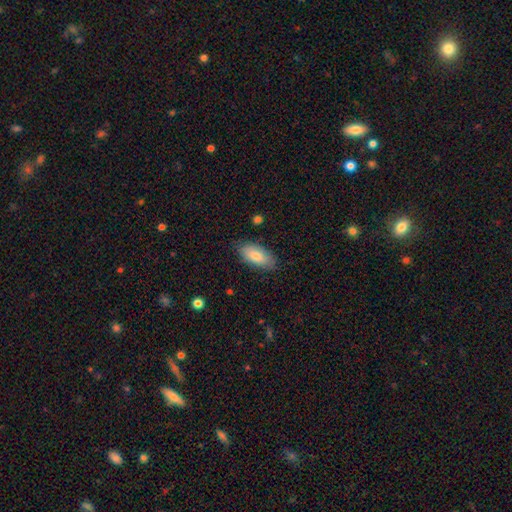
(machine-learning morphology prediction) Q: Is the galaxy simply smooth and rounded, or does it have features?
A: smooth — 80%.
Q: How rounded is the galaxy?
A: in between — 89%.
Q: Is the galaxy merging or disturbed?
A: none — 81%.